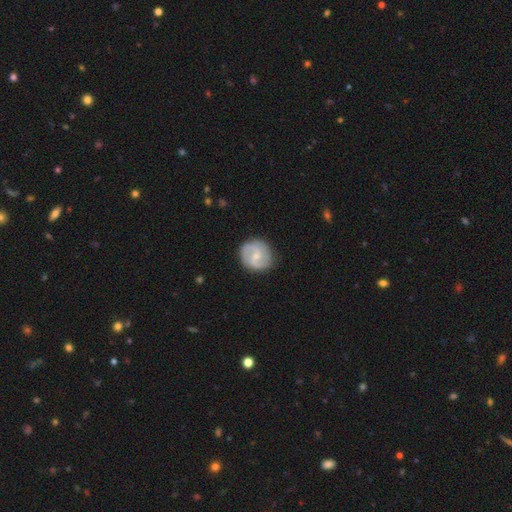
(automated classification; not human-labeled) smooth_or_featured: featured or disk (p=0.73) [alt: smooth p=0.21]
disk_edge_on: no (p=0.98) [alt: yes p=0.02]
bar: weak (p=0.50) [alt: no p=0.41]
has_spiral_arms: yes (p=0.93) [alt: no p=0.07]
spiral_winding: medium (p=0.50) [alt: tight p=0.31]
spiral_arm_count: 2 (p=0.82) [alt: can't tell p=0.07]
bulge_size: small (p=0.62) [alt: moderate p=0.33]
merging: none (p=0.83) [alt: minor disturbance p=0.12]